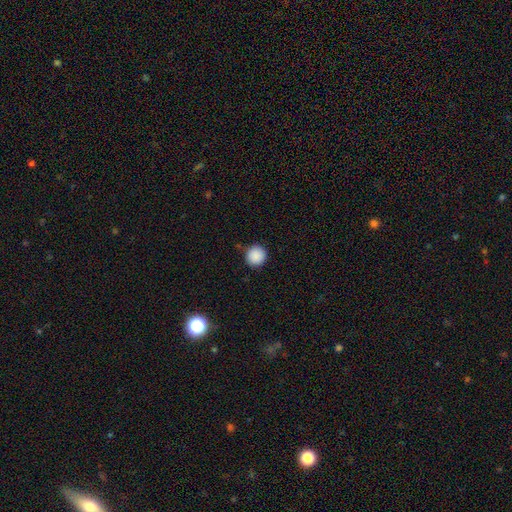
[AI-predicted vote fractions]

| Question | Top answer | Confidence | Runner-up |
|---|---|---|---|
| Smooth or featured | smooth | 89% | star or artifact (9%) |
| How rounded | round | 95% | in between (4%) |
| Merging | none | 90% | minor disturbance (6%) |